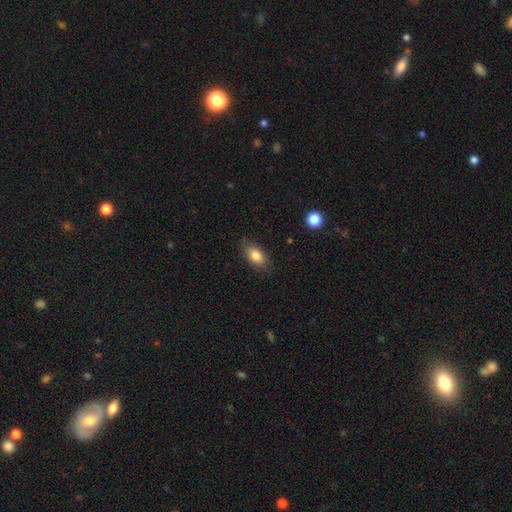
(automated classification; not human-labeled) This is clearly a smooth galaxy (81%). How rounded: clearly in between (88%). Merging: clearly none (83%).